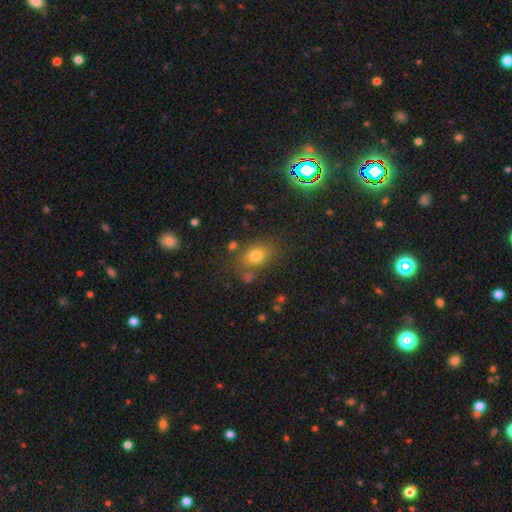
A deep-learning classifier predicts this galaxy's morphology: smooth 72%, star or artifact 17%, featured or disk 10%. Down the decision tree: how rounded — in between (70%); merging — none (72%).